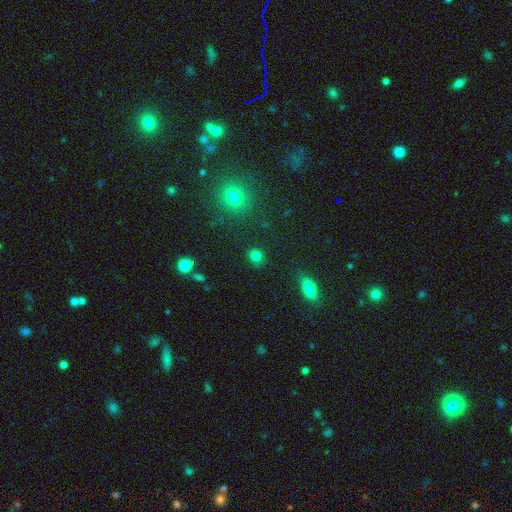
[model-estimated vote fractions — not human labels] This is clearly a smooth galaxy (80%). How rounded: likely round (80%). Merging: clearly none (81%).